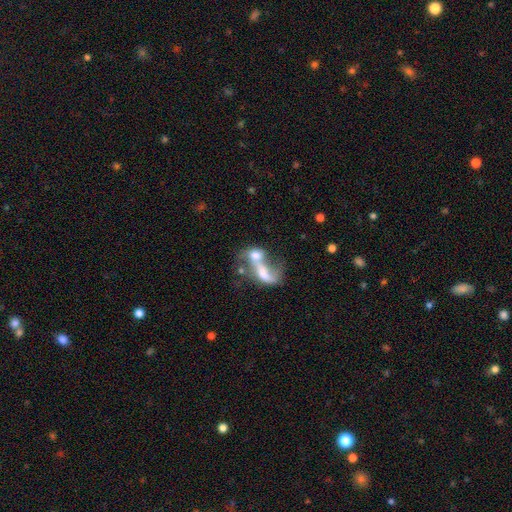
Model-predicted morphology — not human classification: Smooth or featured?
  - smooth: 47% *
  - featured or disk: 42%
  - star or artifact: 11%
Merging?
  - merger: 68% *
  - major disturbance: 16%
  - none: 11%
  - minor disturbance: 6%